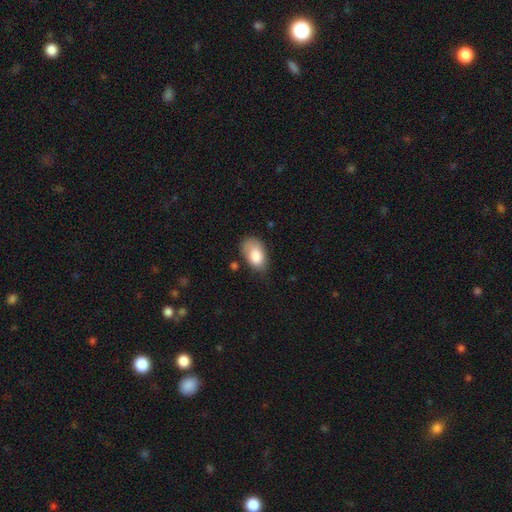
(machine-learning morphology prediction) A smooth galaxy with no disk features (84%) that is in between round and cigar-shaped (91%).

Vote fractions:
- Smooth or featured? smooth: 84% / featured or disk: 10% / star or artifact: 6%
- How rounded? in between: 91% / round: 7% / cigar-shaped: 1%
- Merging? none: 54% / minor disturbance: 32% / major disturbance: 11% / merger: 4%